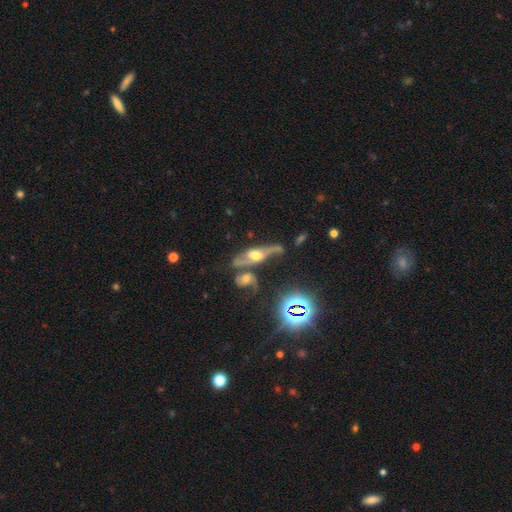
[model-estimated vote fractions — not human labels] Smooth or featured? featured or disk (68%)
Edge-on disk? no (61%)
Merging? merger (37%)